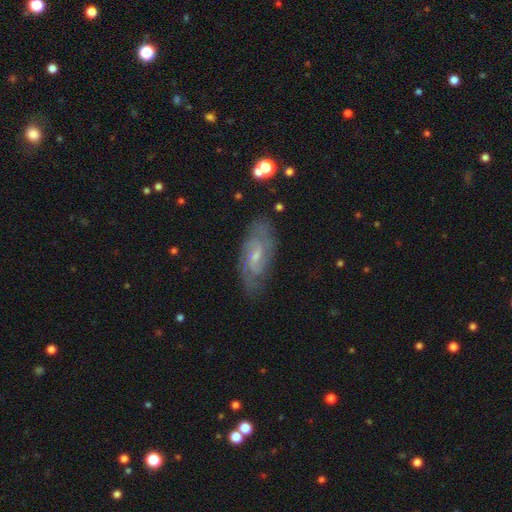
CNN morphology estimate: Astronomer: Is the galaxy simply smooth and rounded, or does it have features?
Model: featured or disk — 76%.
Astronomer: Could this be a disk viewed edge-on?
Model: no — 92%.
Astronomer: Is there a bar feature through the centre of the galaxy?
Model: weak — 50% (runner-up: no, 42%).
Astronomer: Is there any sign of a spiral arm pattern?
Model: yes — 93%.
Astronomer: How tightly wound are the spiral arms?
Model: tight — 43%, tied with medium at 43%.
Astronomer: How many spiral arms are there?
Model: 2 — 54%.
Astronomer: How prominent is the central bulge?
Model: small — 63%.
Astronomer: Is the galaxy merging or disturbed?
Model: none — 78%.